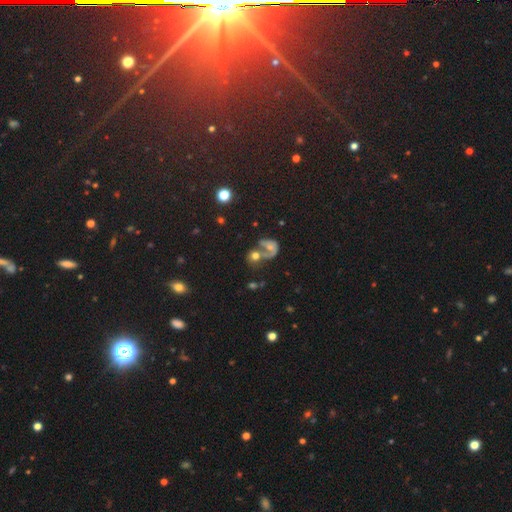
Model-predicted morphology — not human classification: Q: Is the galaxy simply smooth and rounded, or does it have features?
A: smooth — 50%.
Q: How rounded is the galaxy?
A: round — 66%.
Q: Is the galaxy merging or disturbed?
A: merger — 52%.